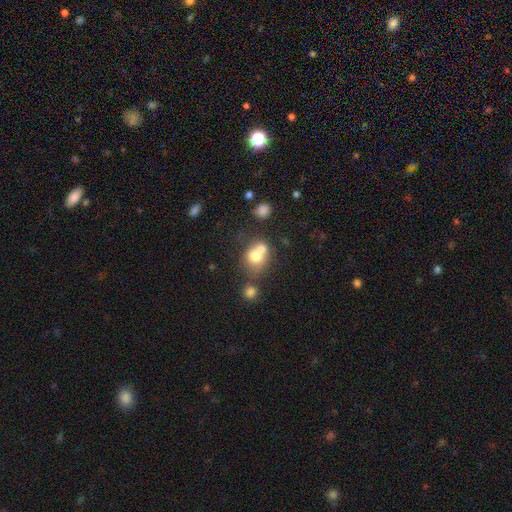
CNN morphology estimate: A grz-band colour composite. It shows a smooth galaxy with no disk features (70%) that is round (69%). Merging: merger (54%).